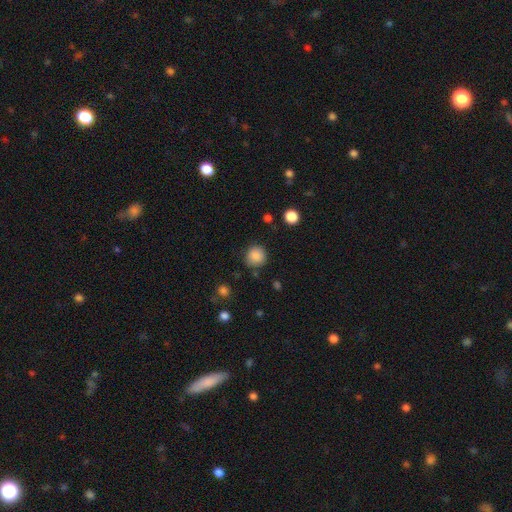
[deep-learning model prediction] Morphology: type=smooth (86%); roundness=round (90%); merging=none (83%).